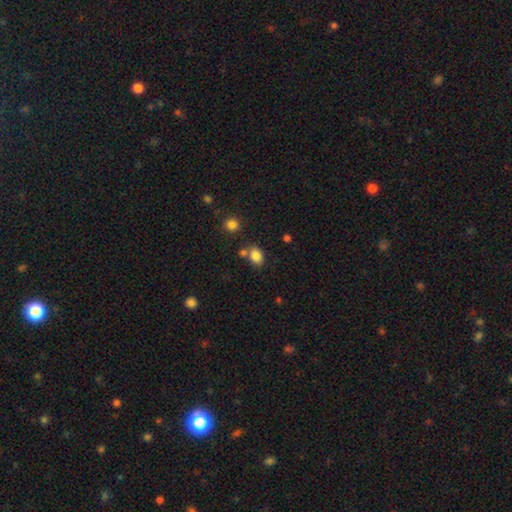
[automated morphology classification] Smooth or featured? smooth (84%)
How rounded? in between (63%)
Merging? none (63%)